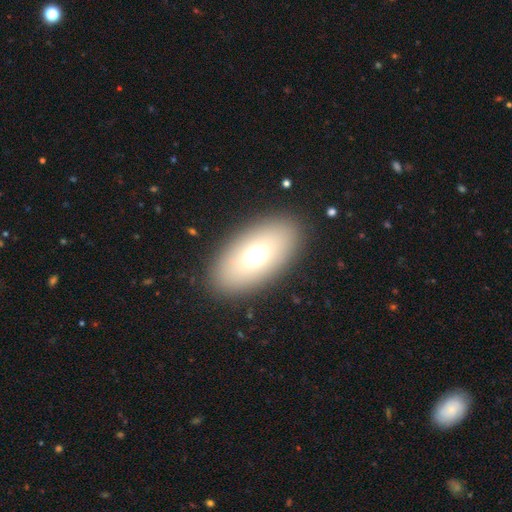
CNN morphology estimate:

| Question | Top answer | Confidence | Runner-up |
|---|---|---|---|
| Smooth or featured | smooth | 67% | featured or disk (22%) |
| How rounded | in between | 89% | round (7%) |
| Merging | none | 87% | minor disturbance (8%) |